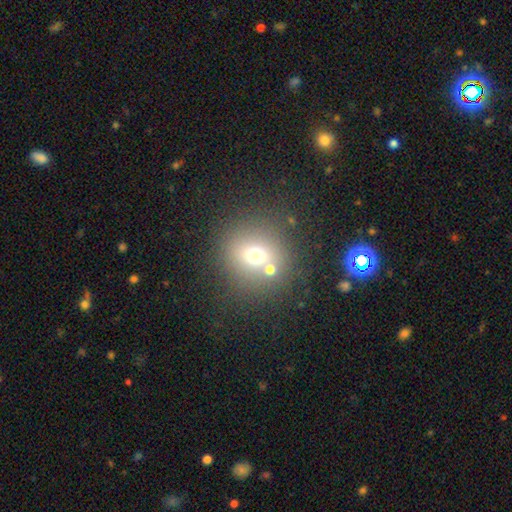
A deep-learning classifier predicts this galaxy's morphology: This appears to be a smooth galaxy with no disk features (65%) that is round (85%). Merging: none (68%).